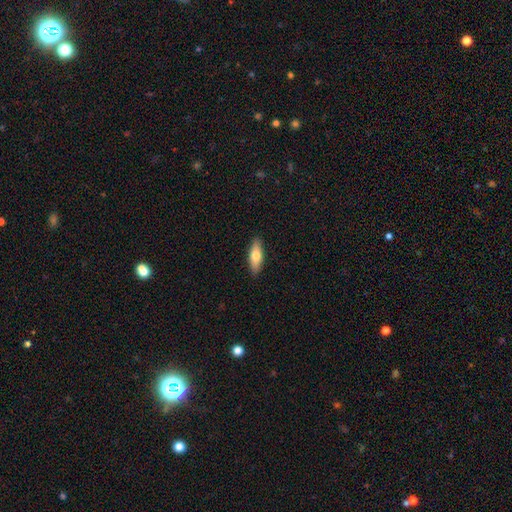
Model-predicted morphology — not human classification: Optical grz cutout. It shows a smooth galaxy with no disk features (68%) that is in between round and cigar-shaped (61%). Merging: none (89%).